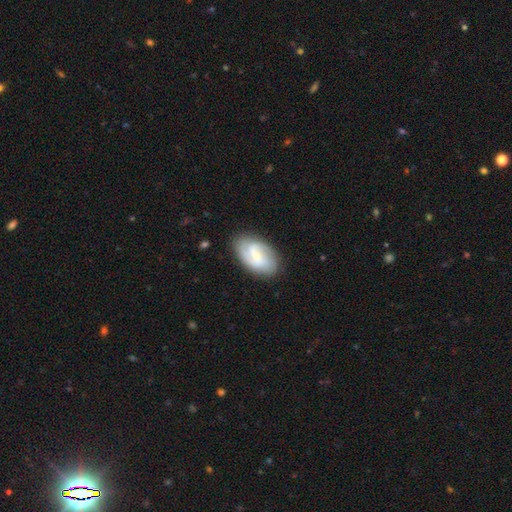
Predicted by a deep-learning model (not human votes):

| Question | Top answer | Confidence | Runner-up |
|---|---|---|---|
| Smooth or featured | featured or disk | 69% | smooth (25%) |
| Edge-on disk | no | 97% | yes (3%) |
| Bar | weak | 58% | no (25%) |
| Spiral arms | yes | 92% | no (8%) |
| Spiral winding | medium | 45% | tight (29%) |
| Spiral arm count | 2 | 67% | can't tell (17%) |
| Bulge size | small | 61% | moderate (28%) |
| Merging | none | 80% | minor disturbance (14%) |